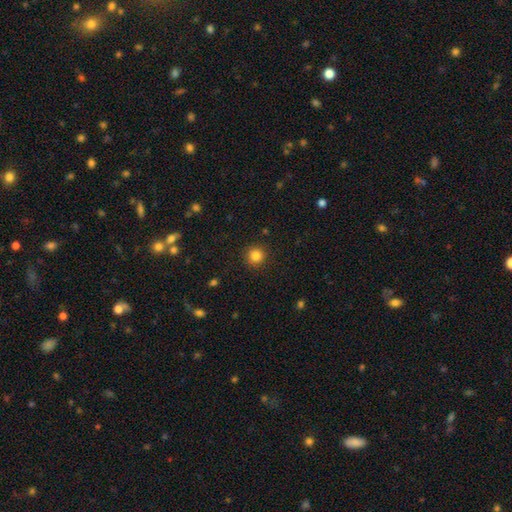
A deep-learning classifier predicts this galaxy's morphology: Smooth or featured?
  - smooth: 84% *
  - star or artifact: 11%
  - featured or disk: 4%
How rounded?
  - round: 94% *
  - in between: 5%
  - cigar-shaped: 1%
Merging?
  - none: 91% *
  - minor disturbance: 6%
  - major disturbance: 2%
  - merger: 1%